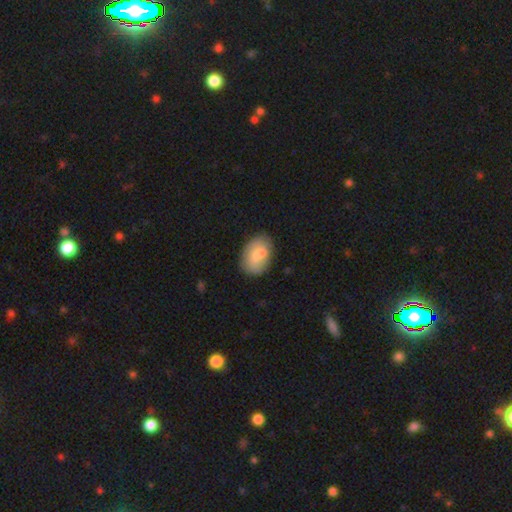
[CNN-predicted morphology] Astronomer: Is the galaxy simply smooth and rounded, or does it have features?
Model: smooth — 72%.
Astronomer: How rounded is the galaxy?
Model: in between — 86%.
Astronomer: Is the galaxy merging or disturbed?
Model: none — 65%.